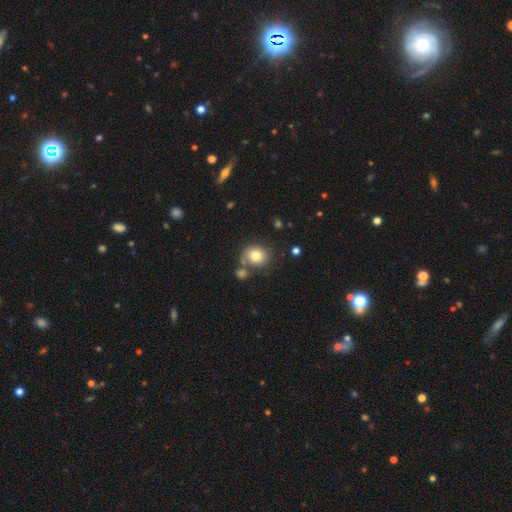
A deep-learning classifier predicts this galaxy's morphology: This appears to be a smooth galaxy with no disk features (78%) that is round (72%). Merging: none (63%).